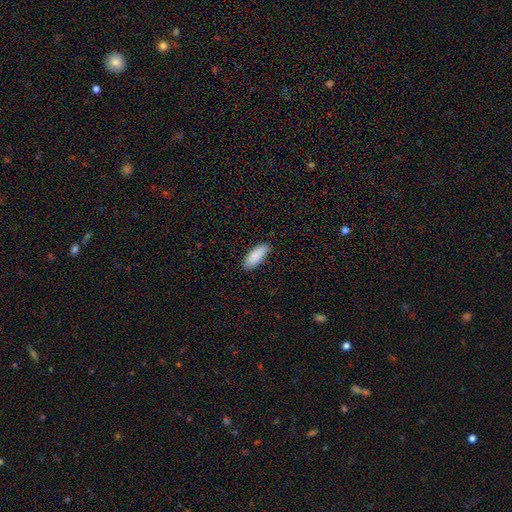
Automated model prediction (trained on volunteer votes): A smooth galaxy with no disk features (89%) that is in between round and cigar-shaped (79%).

Vote fractions:
- Smooth or featured? smooth: 89% / star or artifact: 6% / featured or disk: 5%
- How rounded? in between: 79% / cigar-shaped: 20% / round: 2%
- Merging? none: 83% / minor disturbance: 14% / major disturbance: 2% / merger: 1%